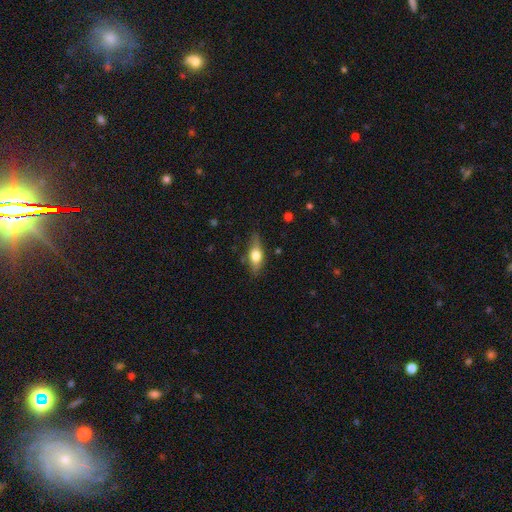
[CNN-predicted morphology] smooth_or_featured: smooth (p=0.57) [alt: featured or disk p=0.36]
how_rounded: in between (p=0.64) [alt: cigar-shaped p=0.31]
merging: none (p=0.78) [alt: minor disturbance p=0.17]